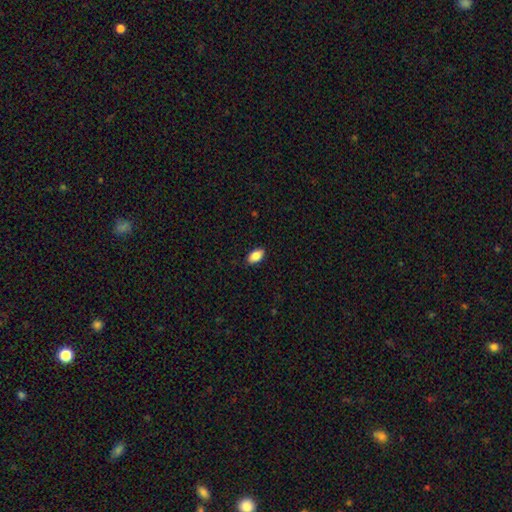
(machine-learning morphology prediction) Smooth or featured: smooth — 86% (star or artifact — 7%)
How rounded: in between — 92% (round — 5%)
Merging: none — 88% (minor disturbance — 9%)